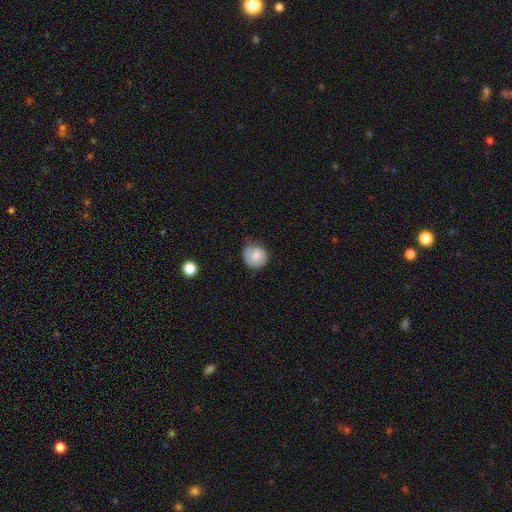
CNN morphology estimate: This is likely a smooth galaxy (76%). How rounded: clearly round (84%). Merging: likely none (63%).